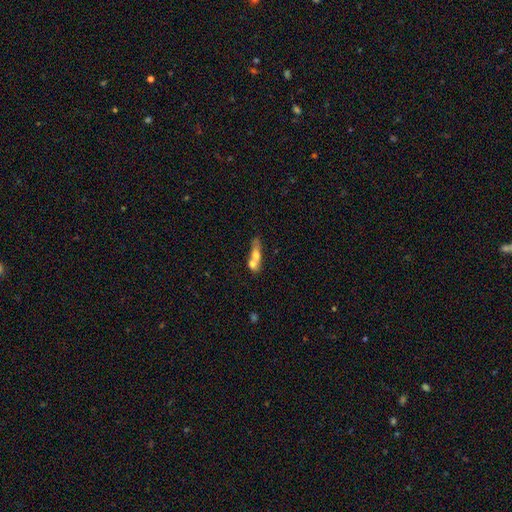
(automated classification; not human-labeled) Smooth or featured?
  - smooth: 60% *
  - featured or disk: 32%
  - star or artifact: 8%
How rounded?
  - in between: 47% *
  - cigar-shaped: 38%
  - round: 15%
Merging?
  - merger: 58% *
  - none: 26%
  - minor disturbance: 10%
  - major disturbance: 6%